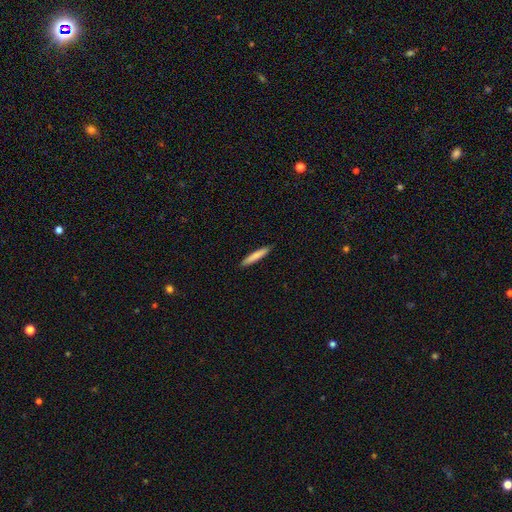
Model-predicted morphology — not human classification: Smooth or featured: smooth — 81% (featured or disk — 14%)
How rounded: cigar-shaped — 93% (in between — 5%)
Merging: none — 91% (minor disturbance — 7%)